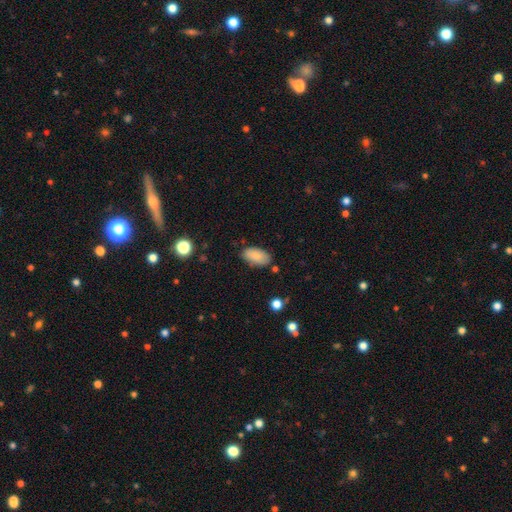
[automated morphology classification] Overall: smooth (86%). How rounded: in between (94%). Merging: none (79%).